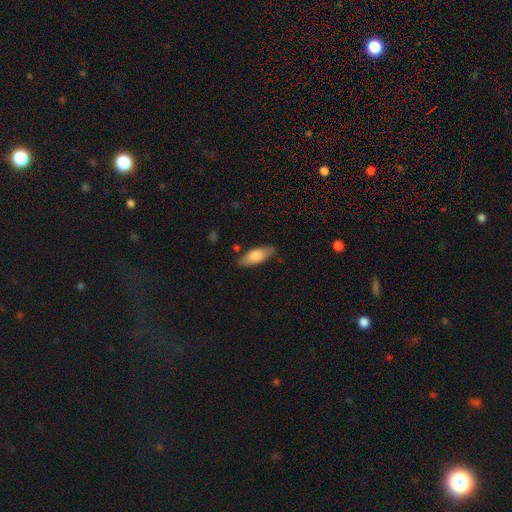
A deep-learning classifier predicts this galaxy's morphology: A smooth galaxy with no disk features (79%) that is in between round and cigar-shaped (73%). Merging: none (78%).